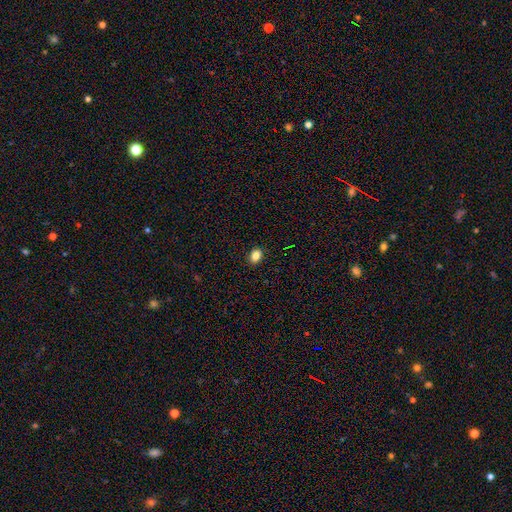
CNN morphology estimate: smooth 84%, star or artifact 11%, featured or disk 5%. Down the decision tree: how rounded — in between (68%); merging — none (90%).